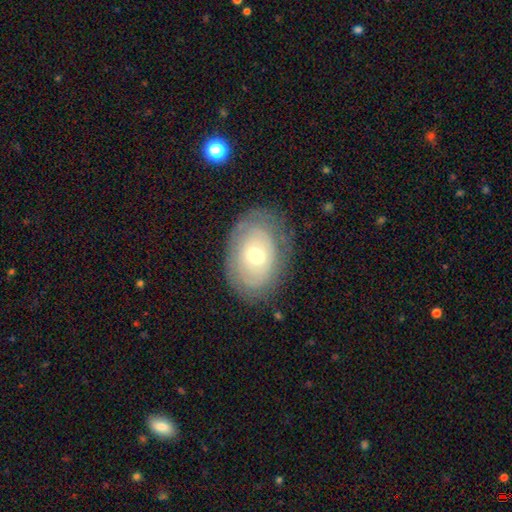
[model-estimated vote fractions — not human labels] Smooth or featured?
  - featured or disk: 53% *
  - smooth: 40%
  - star or artifact: 8%
Edge-on disk?
  - no: 93% *
  - yes: 7%
Merging?
  - none: 74% *
  - minor disturbance: 18%
  - major disturbance: 7%
  - merger: 1%